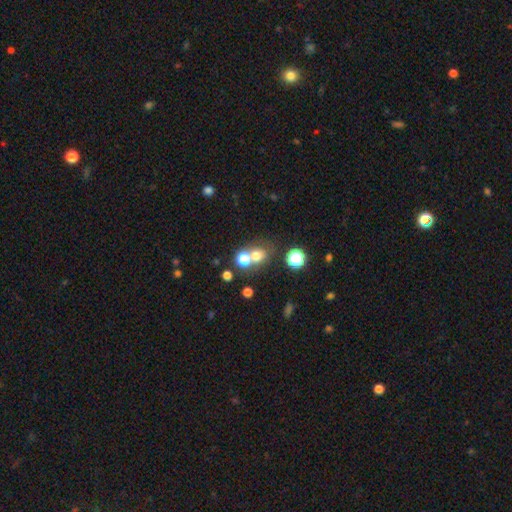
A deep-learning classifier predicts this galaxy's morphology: type=smooth (69%); roundness=round (75%); merging=none (50%).